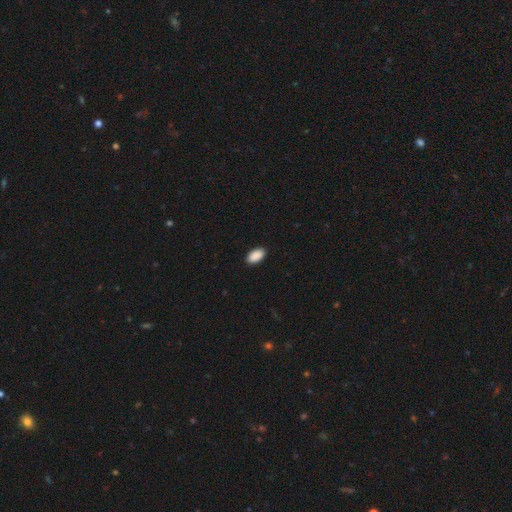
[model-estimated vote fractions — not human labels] smooth 91%, star or artifact 7%, featured or disk 2%. Down the decision tree: how rounded — in between (95%); merging — none (90%).